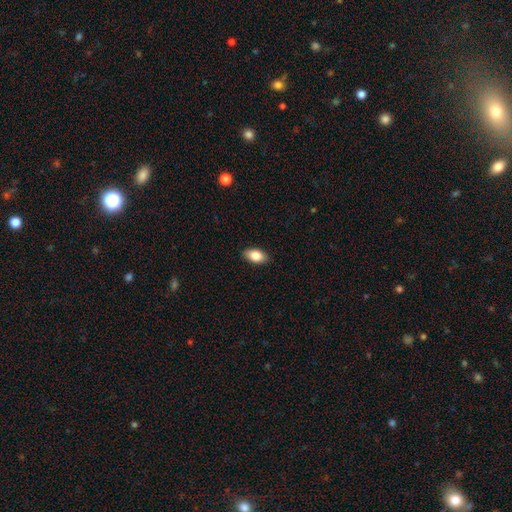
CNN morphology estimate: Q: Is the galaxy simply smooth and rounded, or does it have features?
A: smooth — 85%.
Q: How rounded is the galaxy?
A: in between — 92%.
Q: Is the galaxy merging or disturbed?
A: none — 89%.